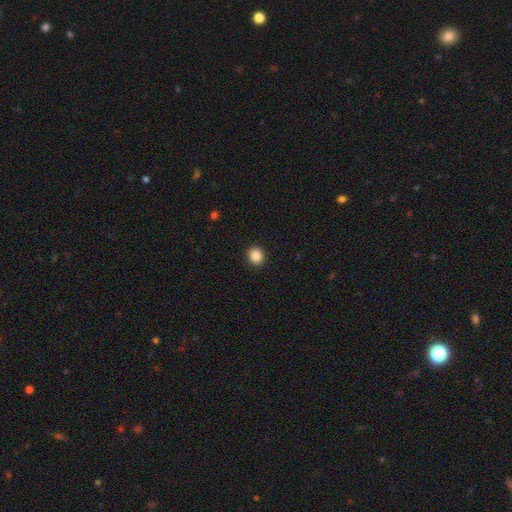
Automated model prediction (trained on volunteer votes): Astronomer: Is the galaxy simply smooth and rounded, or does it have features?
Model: smooth — 87%.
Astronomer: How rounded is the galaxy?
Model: round — 83%.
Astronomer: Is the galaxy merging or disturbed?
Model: none — 92%.